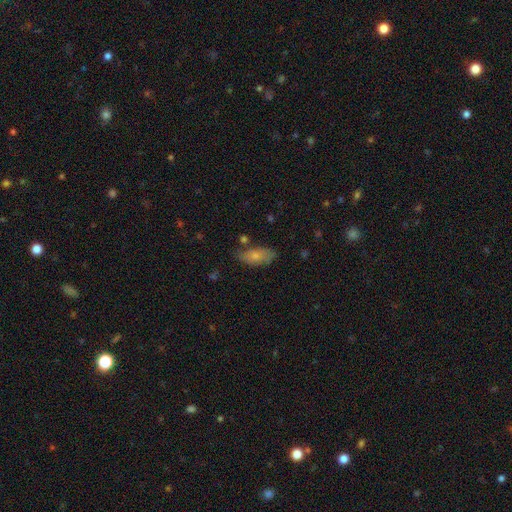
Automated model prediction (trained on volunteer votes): Smooth or featured?
  - smooth: 75% *
  - featured or disk: 18%
  - star or artifact: 7%
How rounded?
  - in between: 88% *
  - cigar-shaped: 9%
  - round: 3%
Merging?
  - none: 66% *
  - minor disturbance: 23%
  - merger: 6%
  - major disturbance: 5%